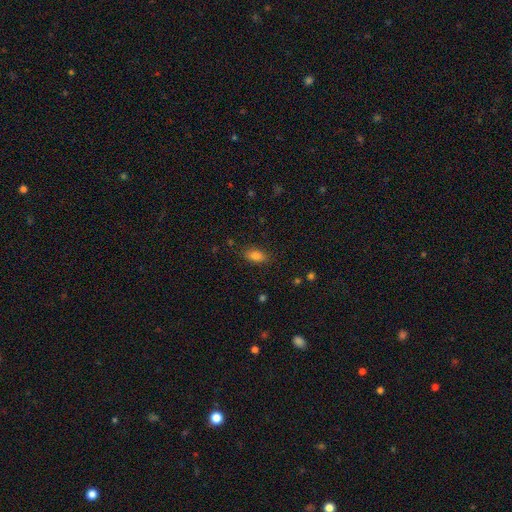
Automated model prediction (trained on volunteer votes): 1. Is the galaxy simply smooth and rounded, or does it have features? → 83% smooth, 10% star or artifact, 7% featured or disk.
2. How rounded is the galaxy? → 87% in between, 7% round, 6% cigar-shaped.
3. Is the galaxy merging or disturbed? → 84% none, 12% minor disturbance, 3% major disturbance, 1% merger.